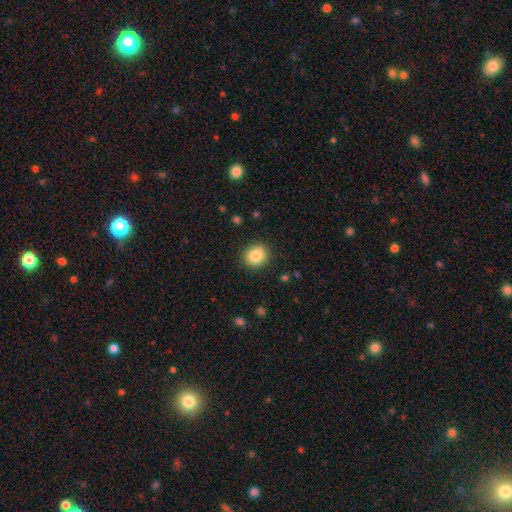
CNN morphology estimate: smooth_or_featured: smooth (p=0.83) [alt: star or artifact p=0.10]
how_rounded: round (p=0.80) [alt: in between p=0.19]
merging: none (p=0.86) [alt: minor disturbance p=0.10]